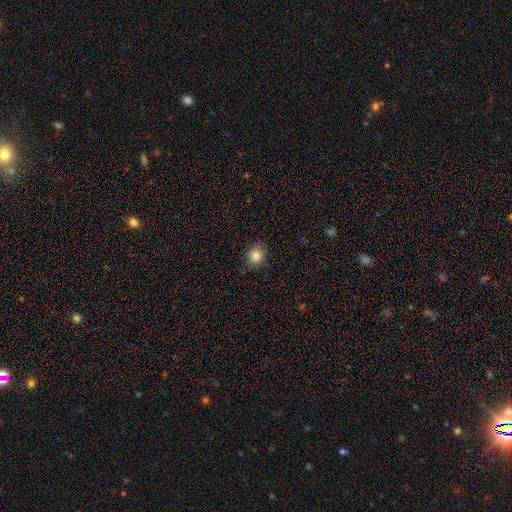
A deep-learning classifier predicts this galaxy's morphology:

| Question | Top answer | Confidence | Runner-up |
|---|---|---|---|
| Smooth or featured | smooth | 83% | star or artifact (11%) |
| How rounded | round | 68% | in between (31%) |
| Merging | none | 84% | minor disturbance (13%) |